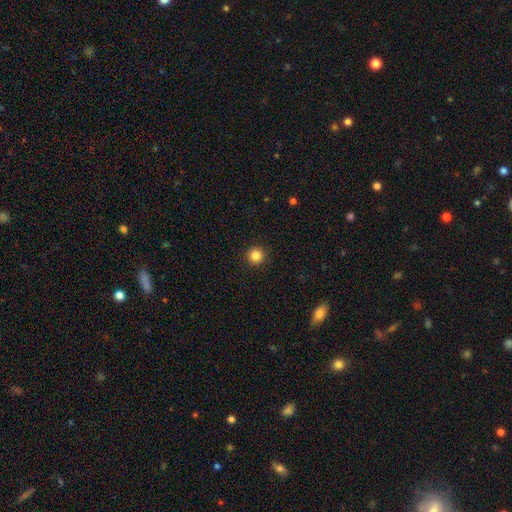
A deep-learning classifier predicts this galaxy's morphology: This is clearly a smooth galaxy (85%). How rounded: clearly round (96%). Merging: clearly none (92%).